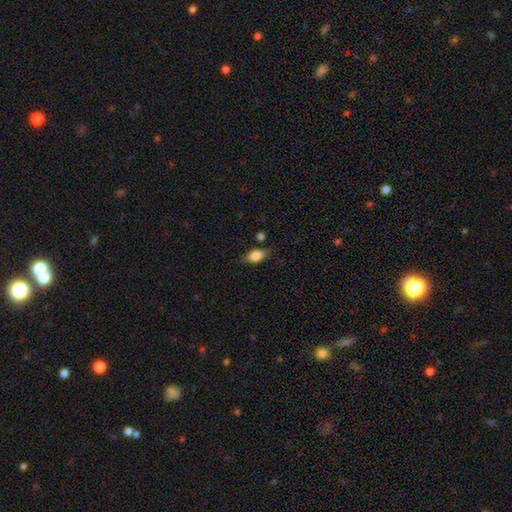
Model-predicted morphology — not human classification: smooth 77%, featured or disk 15%, star or artifact 8%. Down the decision tree: how rounded — in between (84%); merging — none (78%).